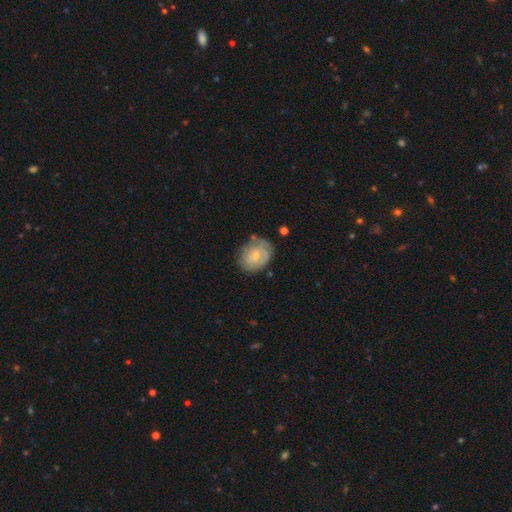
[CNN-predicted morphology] A featured or disk galaxy (59%) with no bar (64%), spiral arms (82%) and a small central bulge (66%). Merging: none (68%).